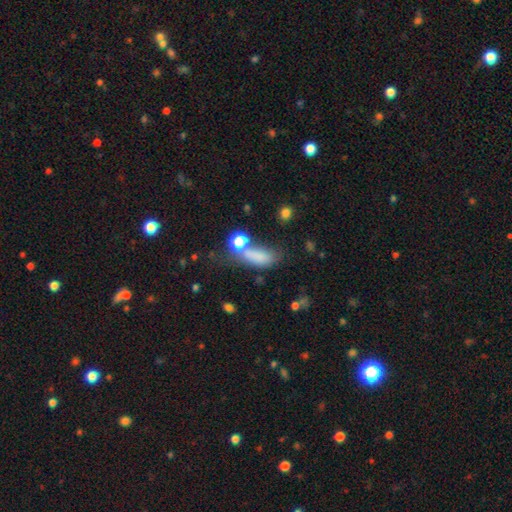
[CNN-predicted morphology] This appears to be a smooth galaxy with no disk features (76%) that is in between round and cigar-shaped (69%). Merging: none (43%).